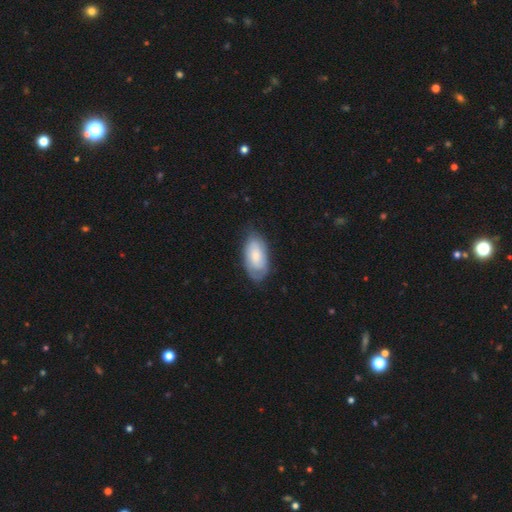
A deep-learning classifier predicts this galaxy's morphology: Smooth or featured? smooth (60%)
How rounded? in between (94%)
Merging? none (70%)